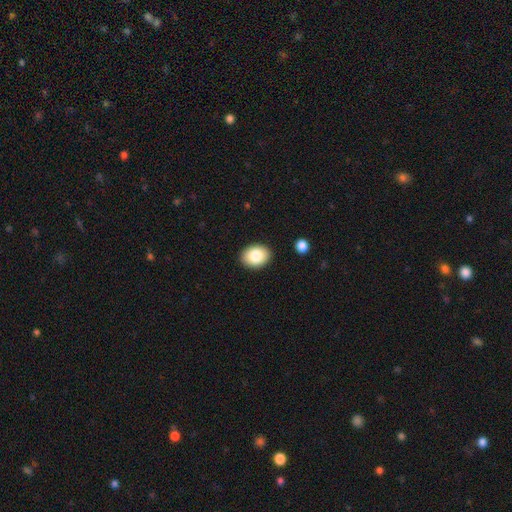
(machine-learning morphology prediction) Overall: smooth (84%). How rounded: in between (70%). Merging: none (89%).